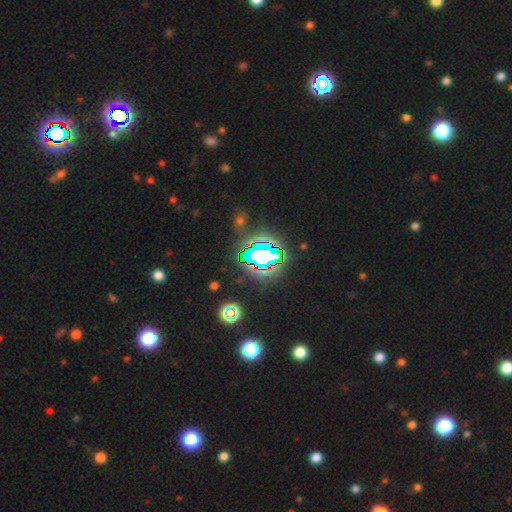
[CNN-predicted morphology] smooth_or_featured: star or artifact (p=0.78) [alt: smooth p=0.14]